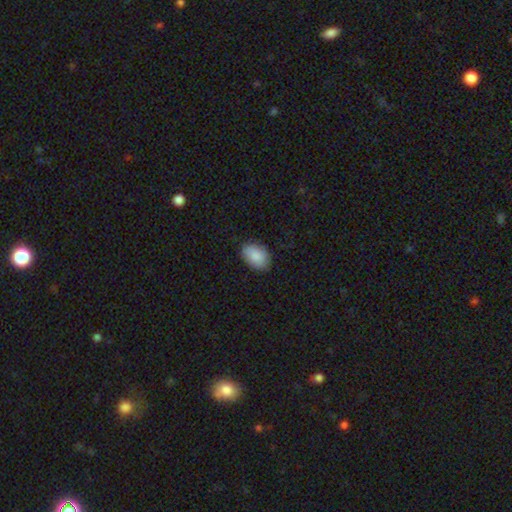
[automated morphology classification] Smooth or featured? smooth (87%)
How rounded? in between (82%)
Merging? none (81%)